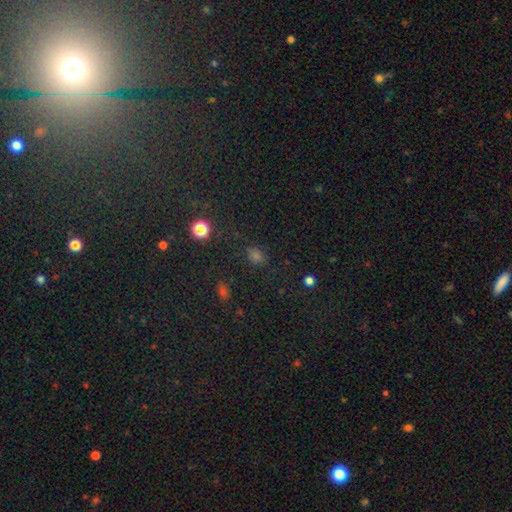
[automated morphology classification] A smooth galaxy with no disk features (62%) that is in between round and cigar-shaped (53%). Merging: none (77%).